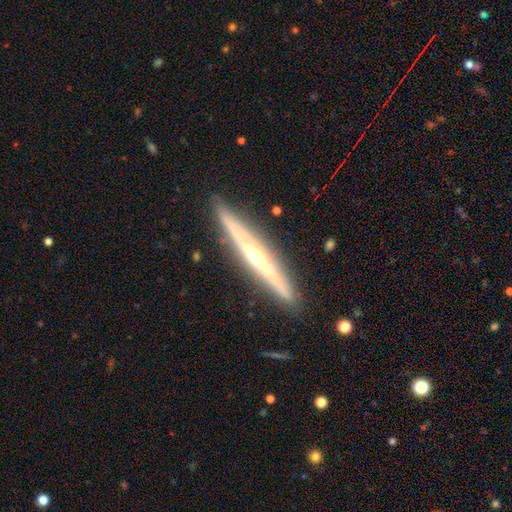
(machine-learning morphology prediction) type=featured or disk (76%); edge-on=yes (96%); edge-on bulge=rounded (82%); merging=none (90%).